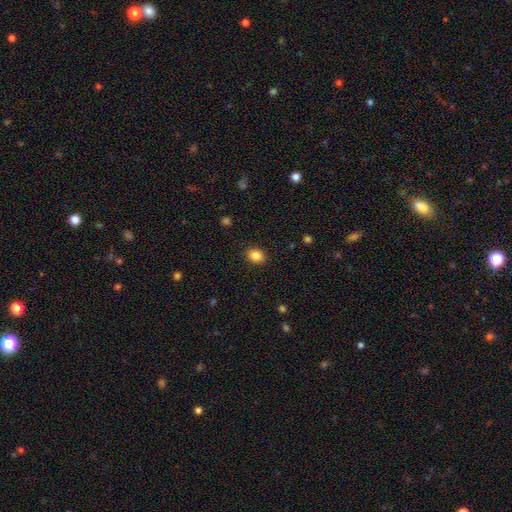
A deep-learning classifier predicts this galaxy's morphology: Smooth or featured?
  - smooth: 86% *
  - star or artifact: 10%
  - featured or disk: 4%
How rounded?
  - in between: 51% *
  - round: 48%
  - cigar-shaped: 1%
Merging?
  - none: 89% *
  - minor disturbance: 8%
  - major disturbance: 2%
  - merger: 1%